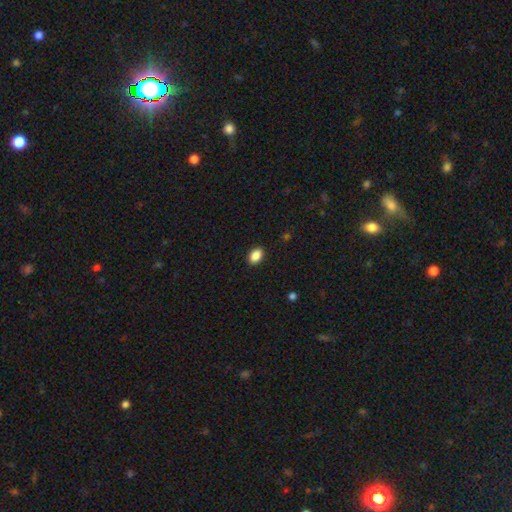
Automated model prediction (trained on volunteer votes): This appears to be a smooth galaxy with no disk features (89%) that is in between round and cigar-shaped (84%). Merging: none (90%).